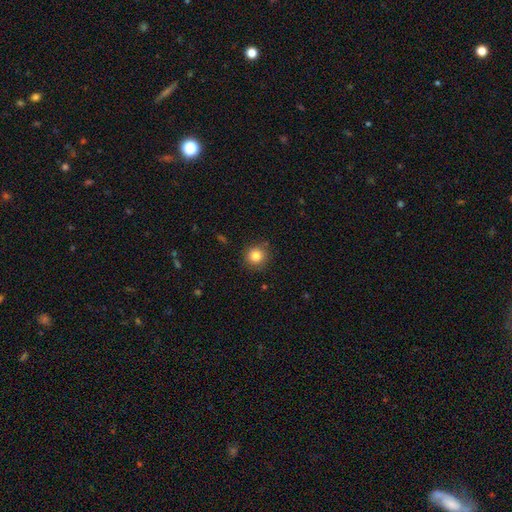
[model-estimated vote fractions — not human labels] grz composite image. It shows a smooth galaxy with no disk features (83%) that is round (92%). Merging: none (84%).